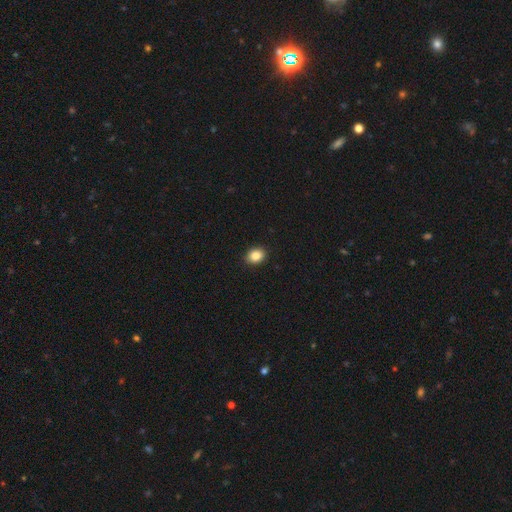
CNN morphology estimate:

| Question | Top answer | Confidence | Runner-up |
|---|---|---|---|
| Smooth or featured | smooth | 86% | star or artifact (10%) |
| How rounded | in between | 52% | round (47%) |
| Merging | none | 91% | minor disturbance (6%) |